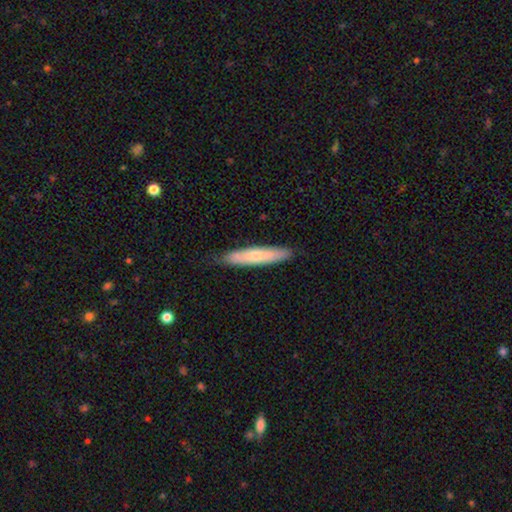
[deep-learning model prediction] Smooth or featured? smooth (62%)
How rounded? cigar-shaped (88%)
Merging? none (84%)